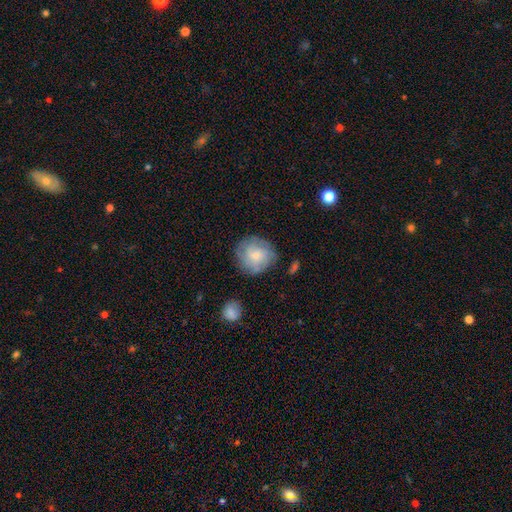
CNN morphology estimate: smooth_or_featured: smooth (p=0.57) [alt: featured or disk p=0.35]
how_rounded: round (p=0.89) [alt: in between p=0.10]
merging: none (p=0.77) [alt: minor disturbance p=0.16]